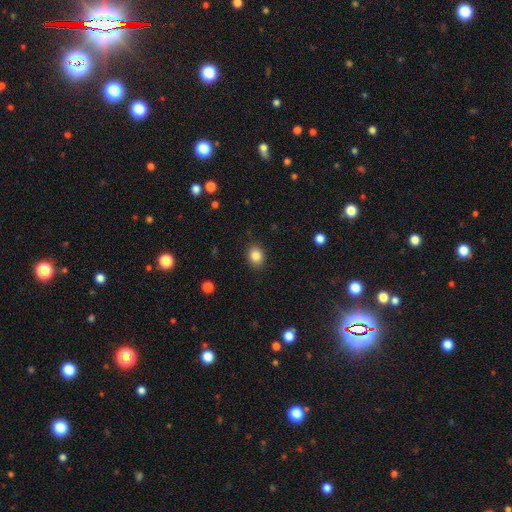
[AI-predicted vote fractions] Smooth or featured?
  - smooth: 85% *
  - star or artifact: 10%
  - featured or disk: 6%
How rounded?
  - round: 51% *
  - in between: 48%
  - cigar-shaped: 1%
Merging?
  - none: 88% *
  - minor disturbance: 8%
  - major disturbance: 2%
  - merger: 1%